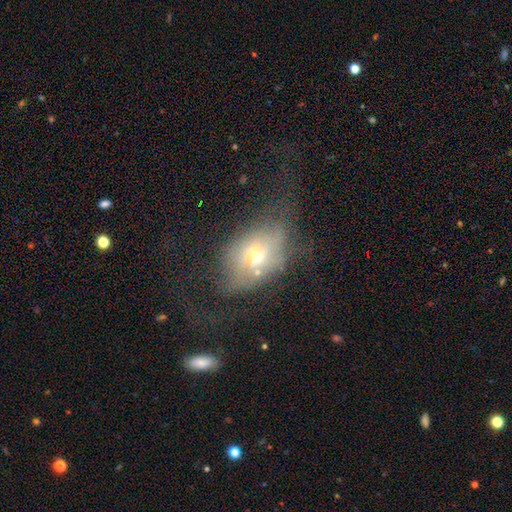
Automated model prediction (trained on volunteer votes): A smooth galaxy with no disk features (48%).

Vote fractions:
- Smooth or featured? smooth: 48% / featured or disk: 38% / star or artifact: 14%
- Merging? none: 42% / major disturbance: 28% / minor disturbance: 26% / merger: 4%